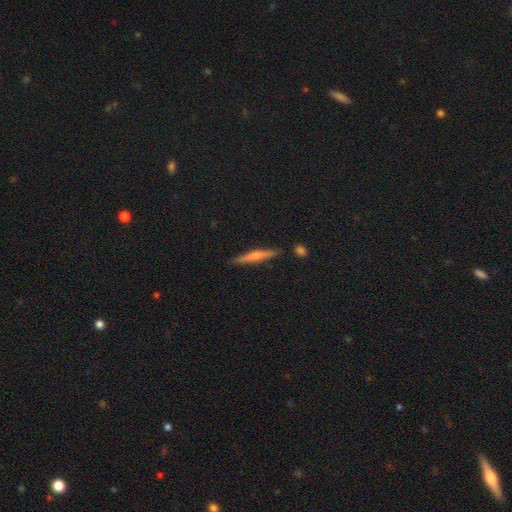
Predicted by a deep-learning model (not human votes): A featured or disk galaxy (50%). Merging: none (87%).